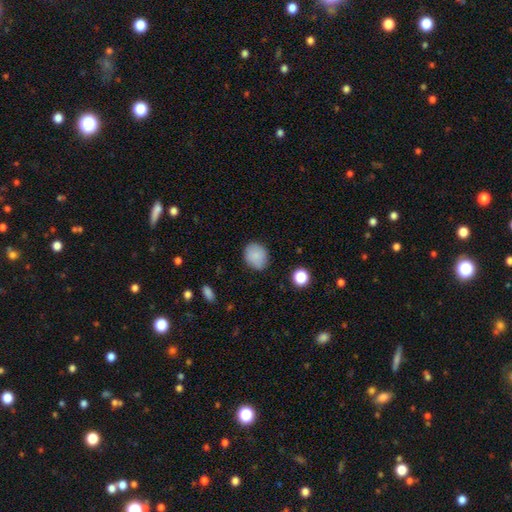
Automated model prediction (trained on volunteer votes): smooth 86%, star or artifact 8%, featured or disk 6%. Down the decision tree: how rounded — round (59%); merging — none (82%).